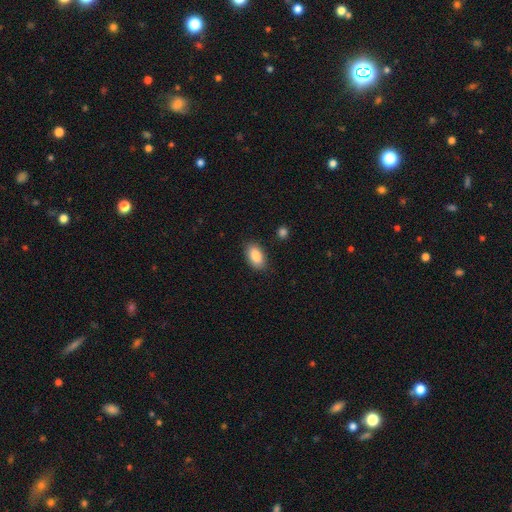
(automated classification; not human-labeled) smooth-or-featured: smooth: 87% | star or artifact: 7% | featured or disk: 6%
  how-rounded: in between: 93% | round: 5% | cigar-shaped: 2%
  merging: none: 86% | minor disturbance: 10% | major disturbance: 2% | merger: 1%